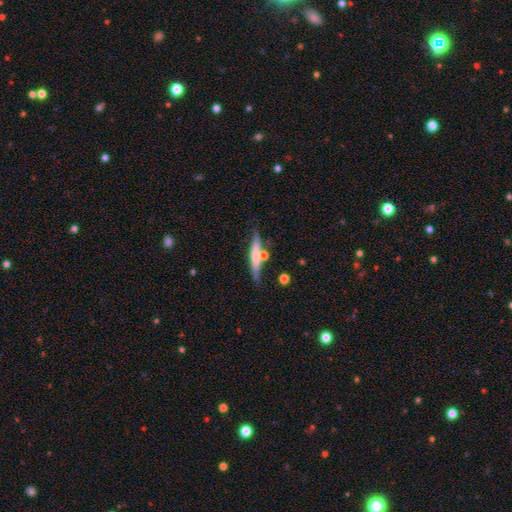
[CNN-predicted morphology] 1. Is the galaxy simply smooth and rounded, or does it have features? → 55% smooth, 38% featured or disk, 7% star or artifact.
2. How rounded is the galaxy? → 89% cigar-shaped, 8% in between, 3% round.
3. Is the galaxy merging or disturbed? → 64% none, 16% merger, 16% minor disturbance, 5% major disturbance.